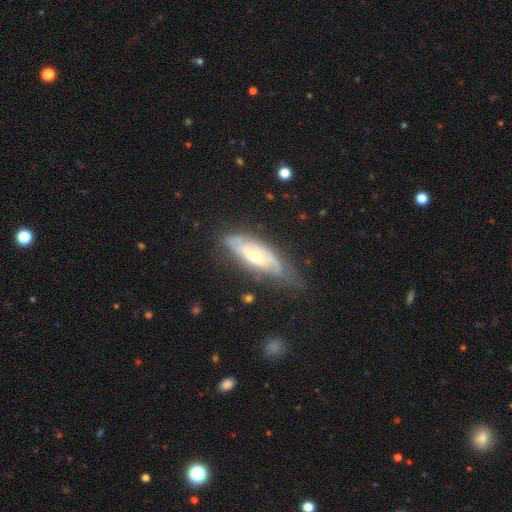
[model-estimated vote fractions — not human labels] Overall: featured or disk (76%). Edge-on disk: no (80%). Bar: no (61%; weak 30%). Spiral arms: yes (84%). Spiral arm count: 2 (43%; can't tell 40%). Spiral winding: tight (55%; medium 34%). Bulge size: moderate (66%). Merging: none (64%; minor disturbance 26%).